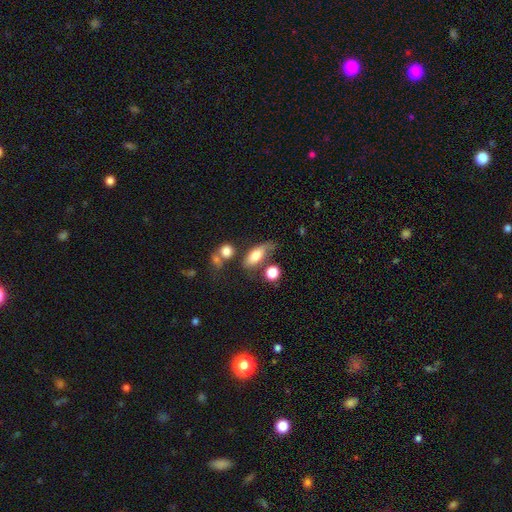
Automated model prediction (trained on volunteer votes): Smooth or featured? Predicted: smooth (p=0.72). How rounded? Predicted: in between (p=0.78). Merging? Predicted: none (p=0.44).